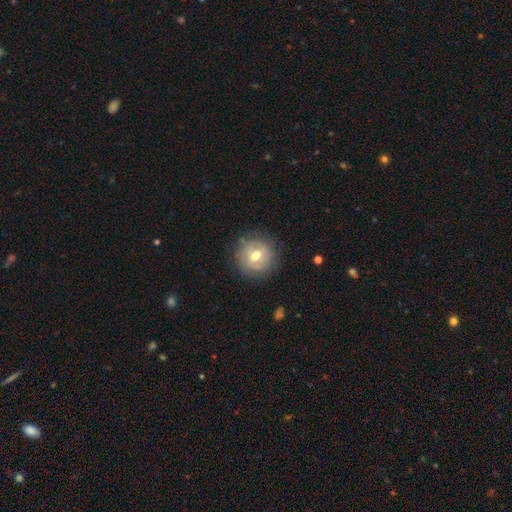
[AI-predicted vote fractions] A smooth galaxy with no disk features (46%, tied with featured or disk).

Vote fractions:
- Smooth or featured? smooth: 46% (tied) / featured or disk: 46% (tied) / star or artifact: 8%
- Merging? none: 80% / minor disturbance: 14% / major disturbance: 5% / merger: 1%